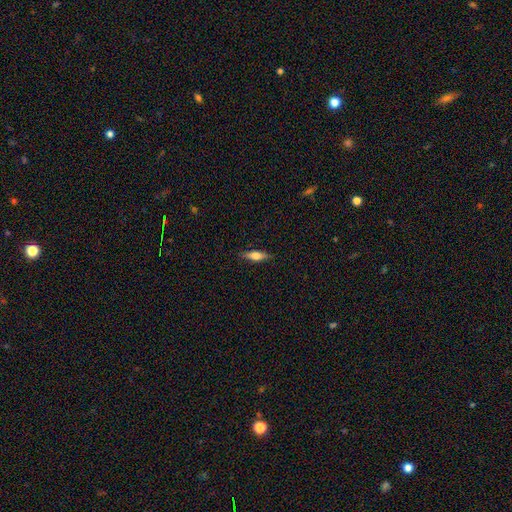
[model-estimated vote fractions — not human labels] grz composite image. It shows a smooth galaxy with no disk features (49%). Merging: none (87%).